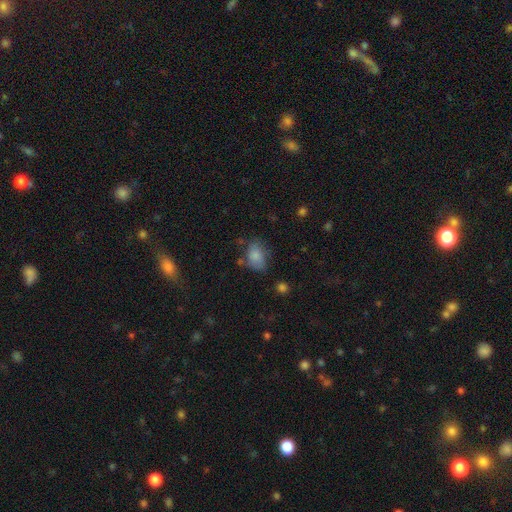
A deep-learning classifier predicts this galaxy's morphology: Smooth or featured?
  - smooth: 82% *
  - star or artifact: 9%
  - featured or disk: 9%
How rounded?
  - in between: 78% *
  - round: 20%
  - cigar-shaped: 1%
Merging?
  - none: 57% *
  - minor disturbance: 28%
  - major disturbance: 10%
  - merger: 6%